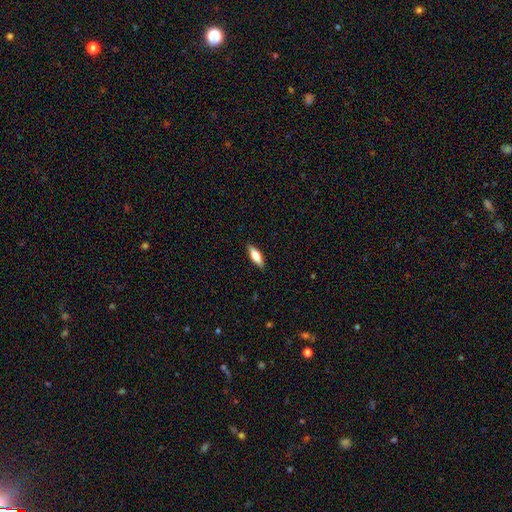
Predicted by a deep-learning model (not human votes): smooth-or-featured: smooth: 71% | featured or disk: 23% | star or artifact: 6%
  how-rounded: in between: 53% | cigar-shaped: 45% | round: 2%
  merging: none: 89% | minor disturbance: 9% | major disturbance: 2% | merger: 1%